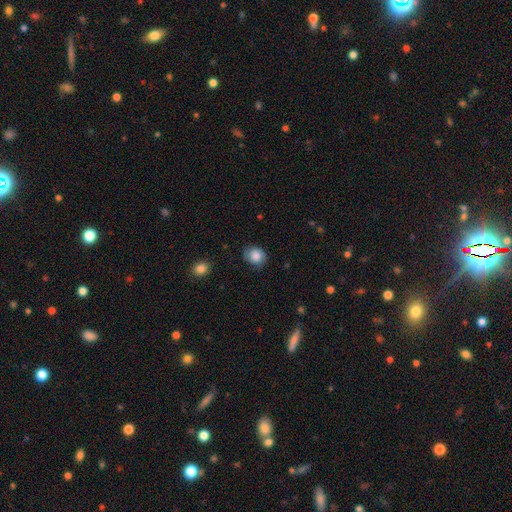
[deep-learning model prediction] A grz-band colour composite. It shows a smooth galaxy with no disk features (82%) that is round (68%). Merging: none (74%).